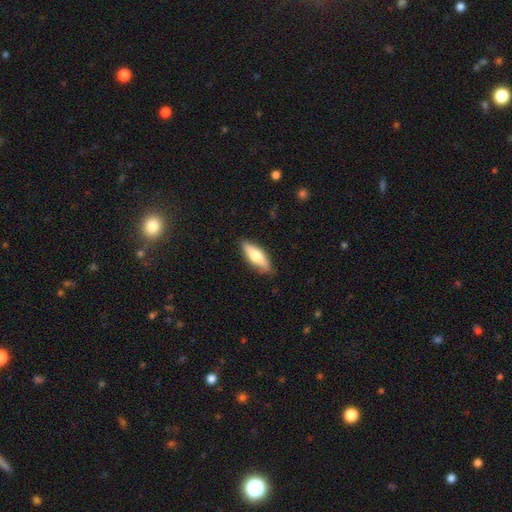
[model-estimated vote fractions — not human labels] smooth_or_featured: smooth (p=0.64) [alt: featured or disk p=0.31]
how_rounded: in between (p=0.57) [alt: cigar-shaped p=0.41]
merging: none (p=0.86) [alt: minor disturbance p=0.11]